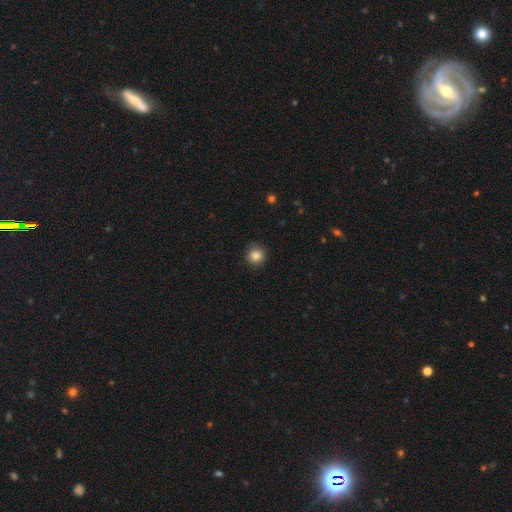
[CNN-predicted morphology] Overall: smooth (85%). How rounded: round (93%). Merging: none (86%).